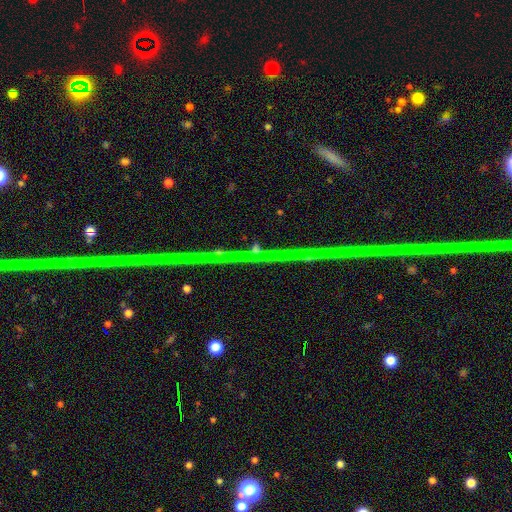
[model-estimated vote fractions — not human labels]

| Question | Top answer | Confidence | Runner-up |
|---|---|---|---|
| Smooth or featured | star or artifact | 86% | featured or disk (8%) |